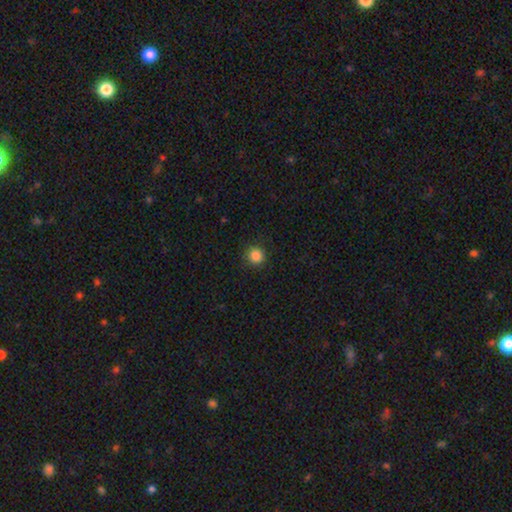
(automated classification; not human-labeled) This is clearly a smooth galaxy (86%). How rounded: clearly round (93%). Merging: clearly none (91%).